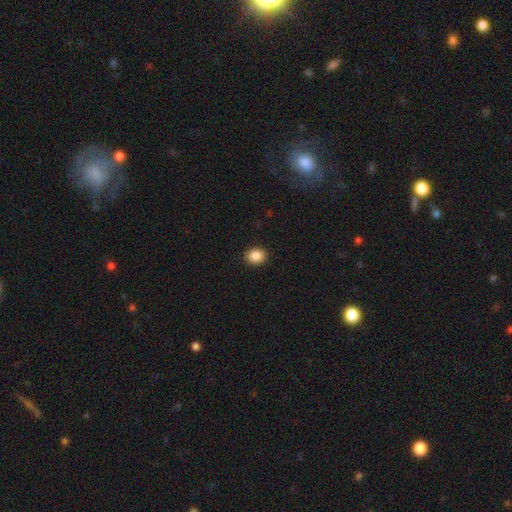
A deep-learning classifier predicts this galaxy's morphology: Smooth or featured? smooth (88%)
How rounded? round (59%)
Merging? none (91%)